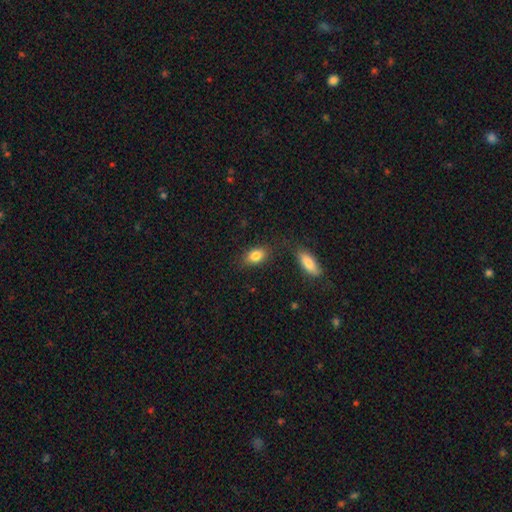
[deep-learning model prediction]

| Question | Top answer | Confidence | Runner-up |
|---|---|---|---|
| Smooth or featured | smooth | 84% | featured or disk (8%) |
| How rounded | in between | 85% | round (11%) |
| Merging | none | 79% | minor disturbance (12%) |